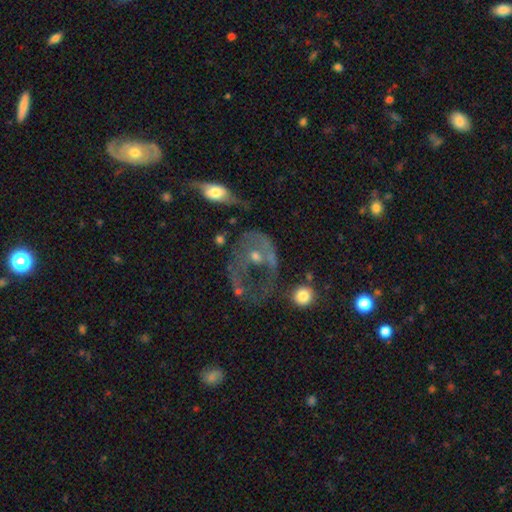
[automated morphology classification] A featured or disk galaxy (57%) with no bar (87%), no spiral arms (77%) and a small central bulge (41%). Merging: major disturbance (47%).